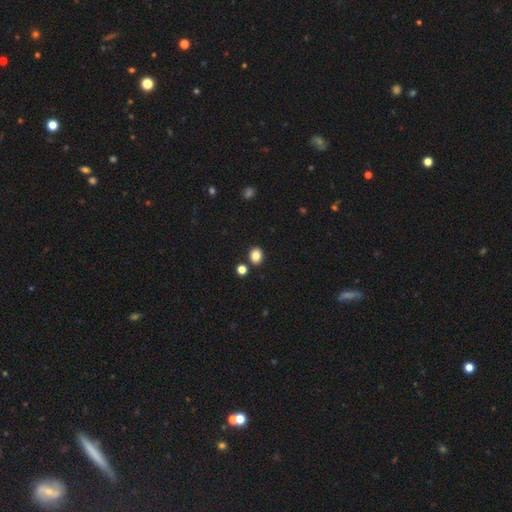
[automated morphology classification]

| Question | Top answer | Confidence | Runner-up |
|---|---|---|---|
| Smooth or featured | smooth | 84% | star or artifact (11%) |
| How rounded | round | 58% | in between (41%) |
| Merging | none | 85% | minor disturbance (8%) |